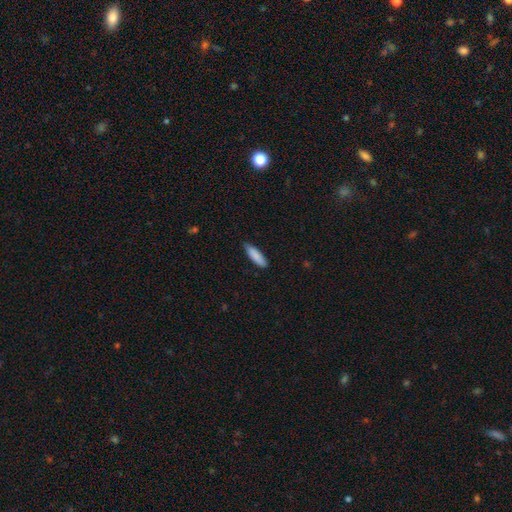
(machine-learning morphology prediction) type=smooth (86%); roundness=cigar-shaped (54%); merging=none (81%).